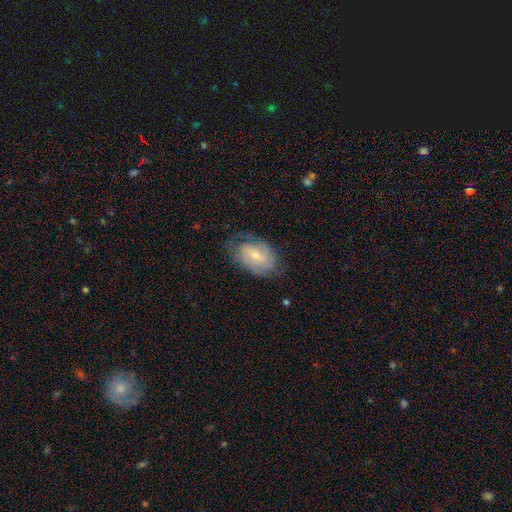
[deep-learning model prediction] smooth_or_featured: smooth (p=0.47) [alt: featured or disk p=0.46]
merging: none (p=0.59) [alt: minor disturbance p=0.28]